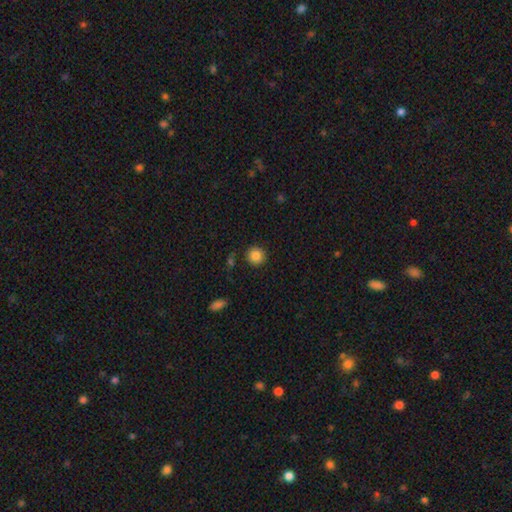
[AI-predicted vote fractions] The model was most divided on "smooth or featured": smooth: 85%, star or artifact: 10%, featured or disk: 5%. More confident: how rounded — round (93%); merging — none (89%).